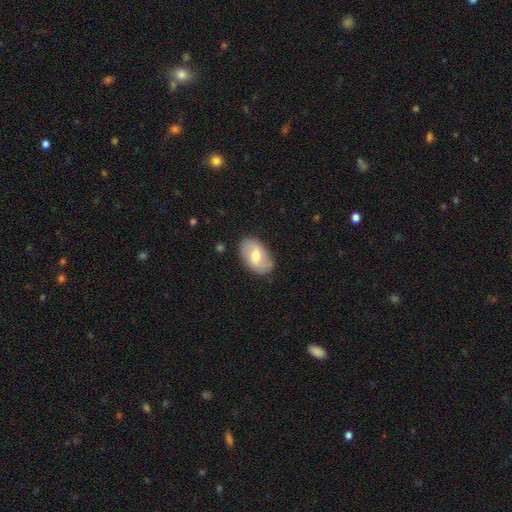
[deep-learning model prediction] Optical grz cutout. It shows a smooth galaxy with no disk features (53%) that is in between round and cigar-shaped (90%). Merging: none (83%).